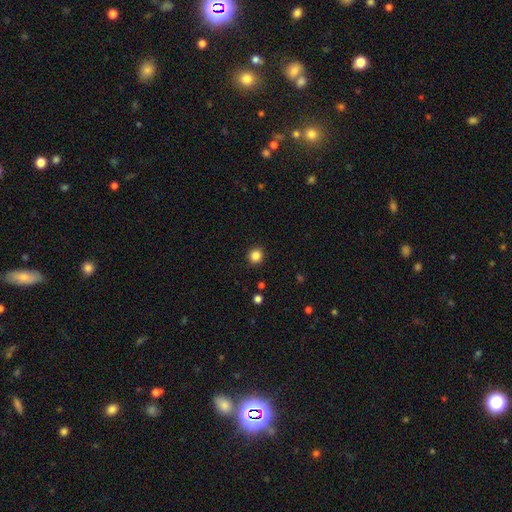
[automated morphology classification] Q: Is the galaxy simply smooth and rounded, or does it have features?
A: smooth — 85%.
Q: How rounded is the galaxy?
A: round — 91%.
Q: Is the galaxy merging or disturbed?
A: none — 92%.